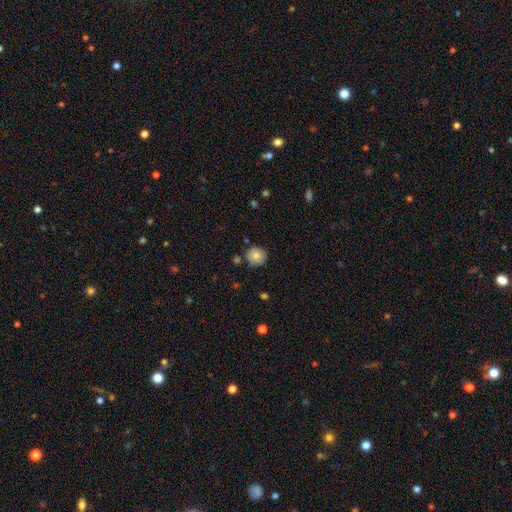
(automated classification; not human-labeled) This appears to be a smooth galaxy with no disk features (79%) that is round (94%). Merging: none (85%).